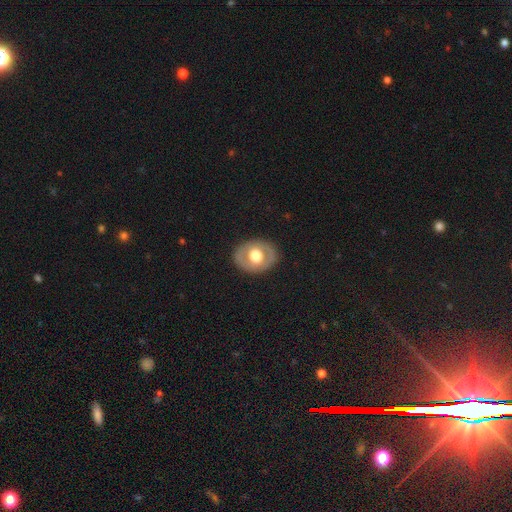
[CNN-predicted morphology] Smooth or featured? featured or disk (48%)
Merging? none (85%)